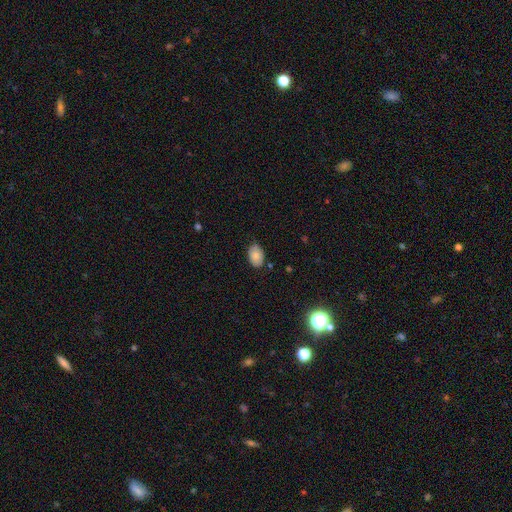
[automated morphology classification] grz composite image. It shows a smooth galaxy with no disk features (80%) that is in between round and cigar-shaped (89%). Merging: none (81%).